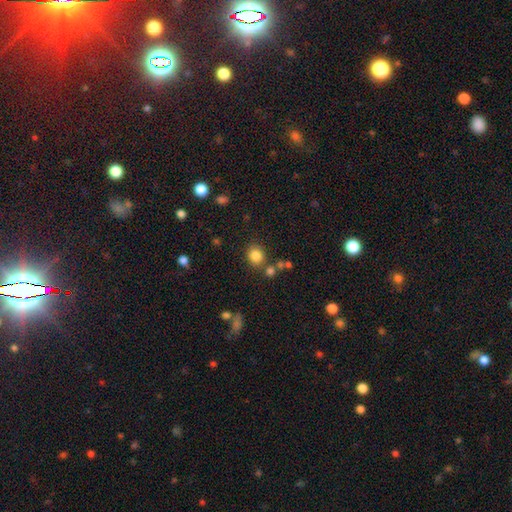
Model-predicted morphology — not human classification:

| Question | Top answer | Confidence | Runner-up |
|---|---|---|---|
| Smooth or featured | smooth | 83% | star or artifact (11%) |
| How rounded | round | 73% | in between (26%) |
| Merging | none | 77% | minor disturbance (10%) |